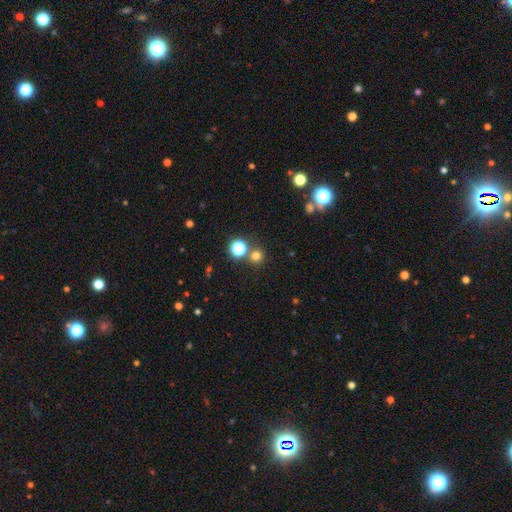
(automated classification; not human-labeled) A smooth galaxy with no disk features (71%) that is round (93%). Merging: none (77%).